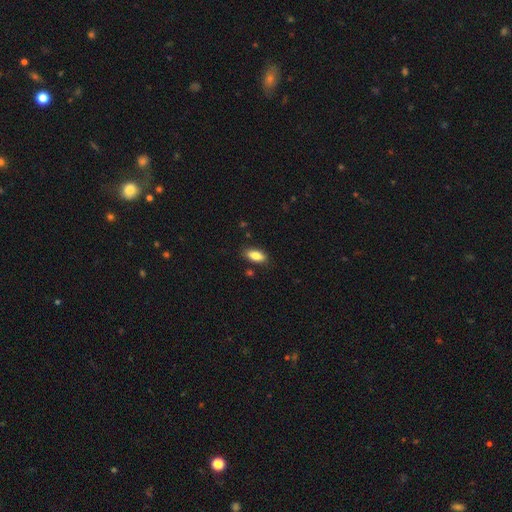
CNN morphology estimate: type=smooth (84%); roundness=in between (86%); merging=none (85%).